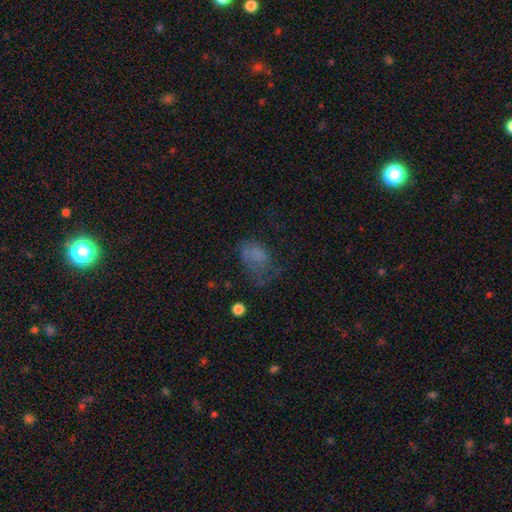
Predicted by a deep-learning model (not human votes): This is possibly a smooth galaxy (57%). How rounded: clearly in between (81%). Merging: marginally major disturbance (43%).